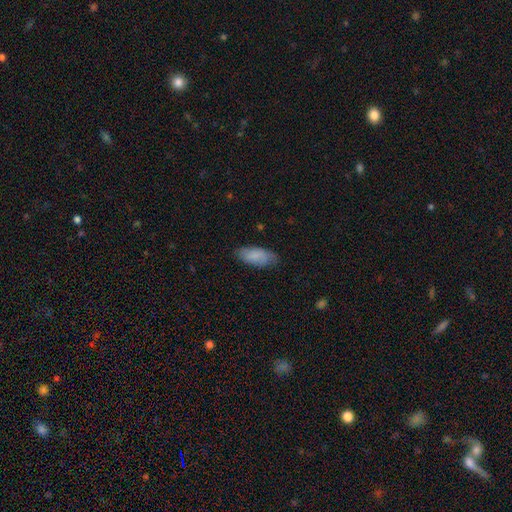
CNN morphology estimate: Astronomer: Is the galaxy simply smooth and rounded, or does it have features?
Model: smooth — 83%.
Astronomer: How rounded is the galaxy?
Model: in between — 85%.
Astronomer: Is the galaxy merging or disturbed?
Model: none — 77%.